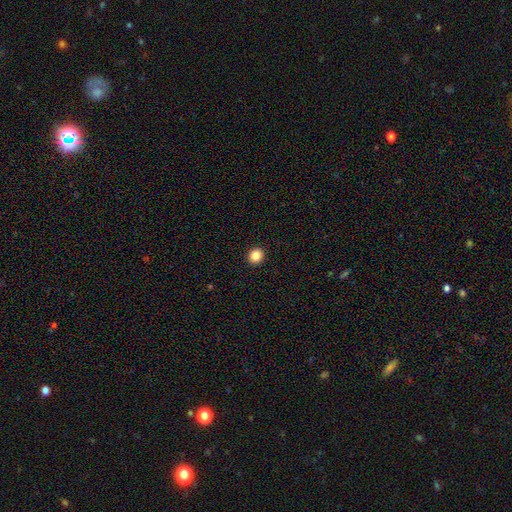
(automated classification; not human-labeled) This is clearly a smooth galaxy (85%). How rounded: clearly round (86%). Merging: clearly none (94%).